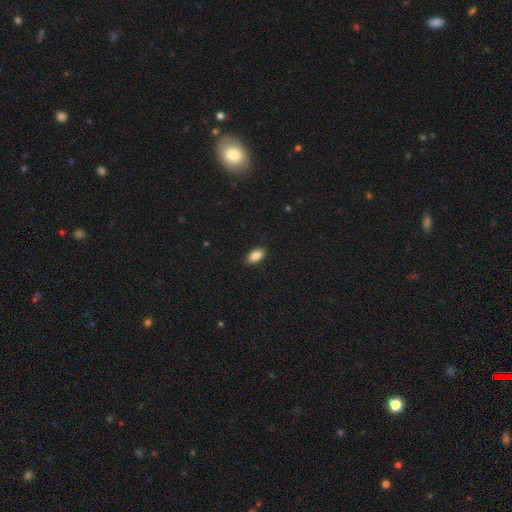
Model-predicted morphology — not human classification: A smooth galaxy with no disk features (87%) that is in between round and cigar-shaped (92%). Merging: none (89%).